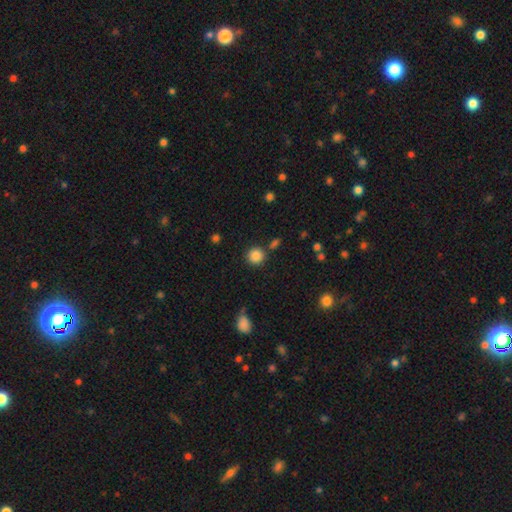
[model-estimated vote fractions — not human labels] A smooth galaxy with no disk features (86%) that is round (92%). Merging: none (82%).